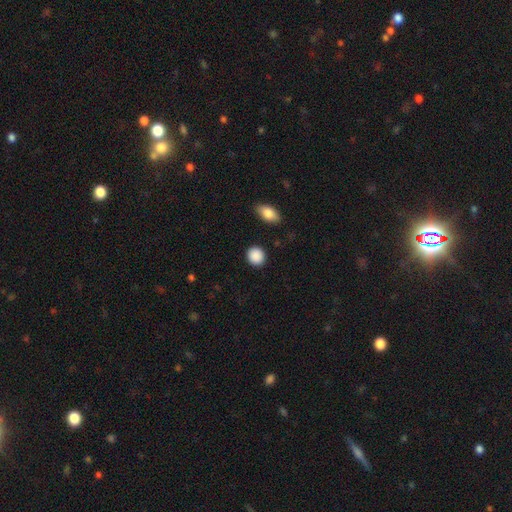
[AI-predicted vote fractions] This appears to be a smooth galaxy with no disk features (90%) that is round (80%). Merging: none (90%).